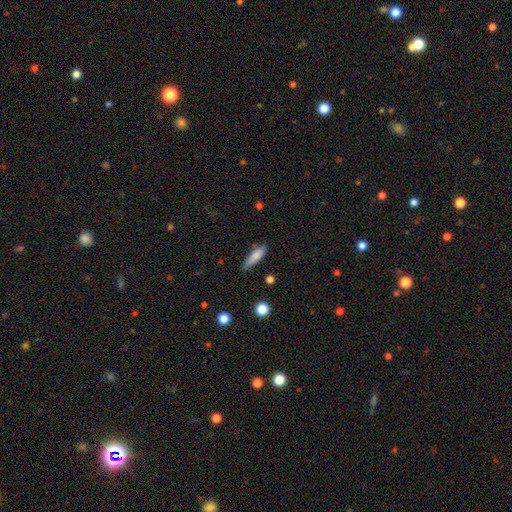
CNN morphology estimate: smooth_or_featured: smooth (p=0.81) [alt: featured or disk p=0.12]
how_rounded: cigar-shaped (p=0.64) [alt: in between p=0.34]
merging: none (p=0.68) [alt: minor disturbance p=0.25]